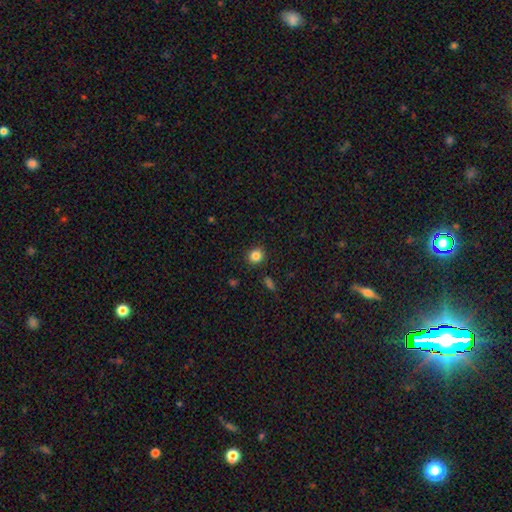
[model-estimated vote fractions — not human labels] Smooth or featured: smooth — 84% (star or artifact — 11%)
How rounded: round — 85% (in between — 14%)
Merging: none — 90% (minor disturbance — 6%)